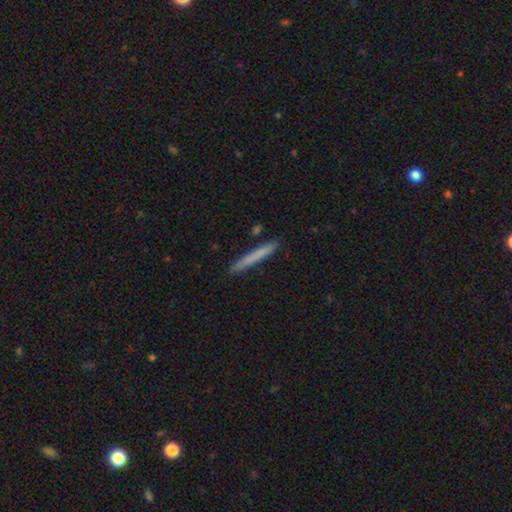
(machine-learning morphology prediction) Smooth or featured? Predicted: smooth (p=0.71). How rounded? Predicted: cigar-shaped (p=0.97). Merging? Predicted: none (p=0.87).